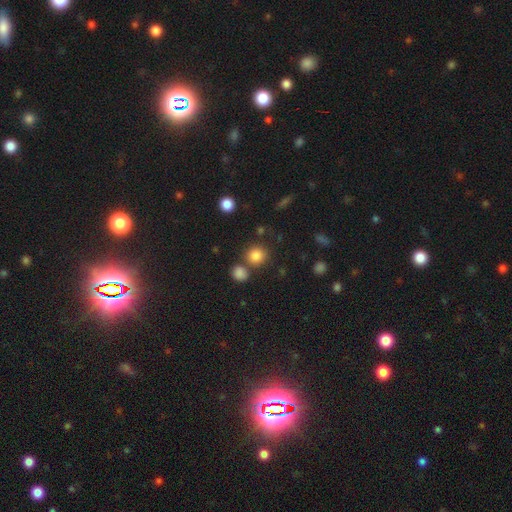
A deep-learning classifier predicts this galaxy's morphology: This is clearly a smooth galaxy (84%). How rounded: clearly round (87%). Merging: likely none (72%).